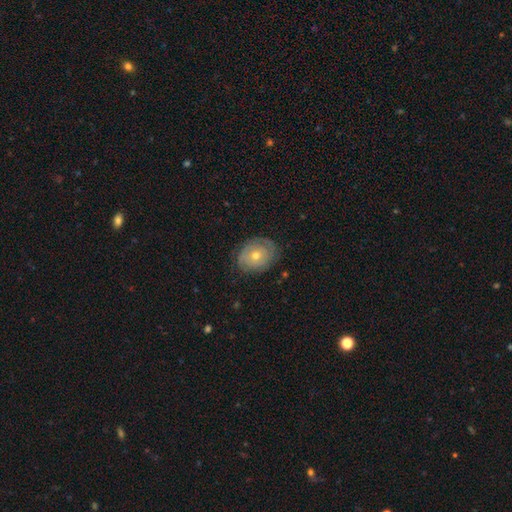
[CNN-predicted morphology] Smooth or featured? Predicted: featured or disk (p=0.59). Edge-on disk? Predicted: no (p=0.95). Bar? Predicted: no (p=0.85). Spiral arms? Predicted: yes (p=0.64). Bulge size? Predicted: moderate (p=0.56). Merging? Predicted: none (p=0.76).